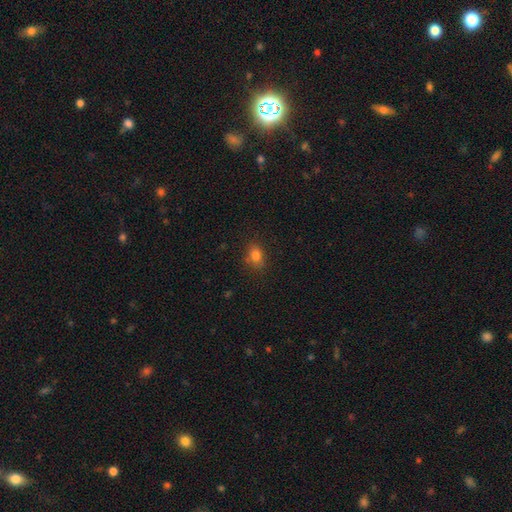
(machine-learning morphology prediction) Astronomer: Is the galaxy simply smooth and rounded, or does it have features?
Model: smooth — 80%.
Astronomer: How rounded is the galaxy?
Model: in between — 61% (runner-up: round, 38%).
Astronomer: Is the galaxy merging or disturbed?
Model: none — 78%.